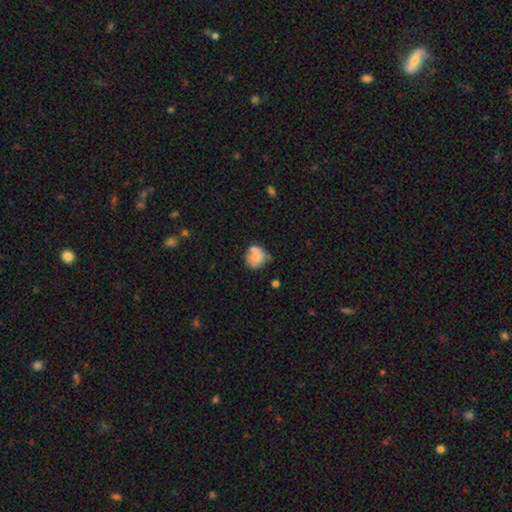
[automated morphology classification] A smooth galaxy with no disk features (63%) that is round (82%). Merging: none (49%).